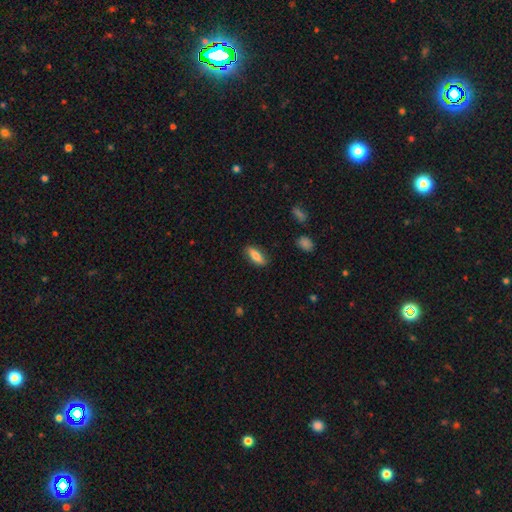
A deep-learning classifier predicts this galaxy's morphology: Q: Smooth or featured?
A: smooth (76%); runner-up: featured or disk (17%)
Q: How rounded?
A: in between (70%); runner-up: cigar-shaped (27%)
Q: Merging?
A: none (84%); runner-up: minor disturbance (12%)